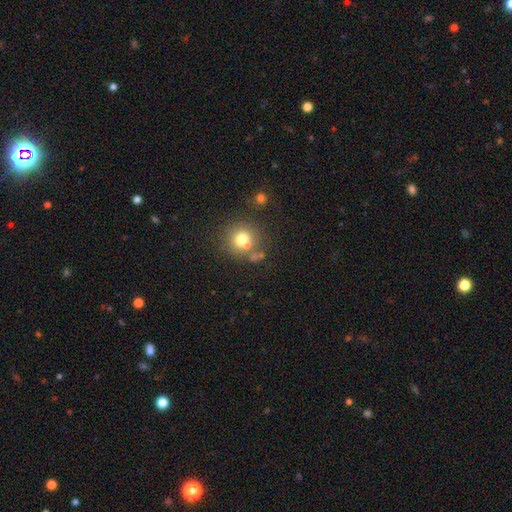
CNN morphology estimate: type=smooth (71%); roundness=round (88%); merging=none (64%).